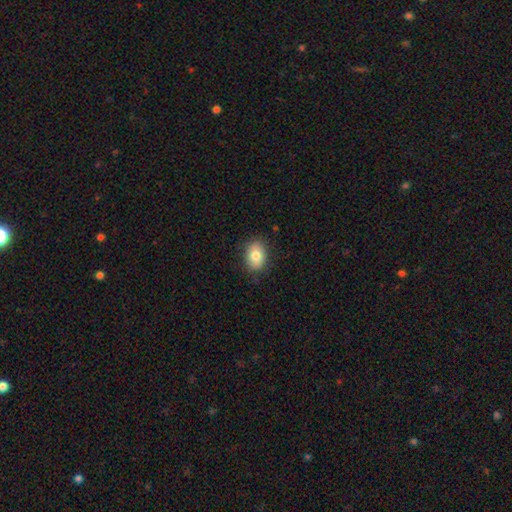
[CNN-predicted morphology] This is clearly a smooth galaxy (82%). How rounded: likely in between (75%). Merging: clearly none (84%).